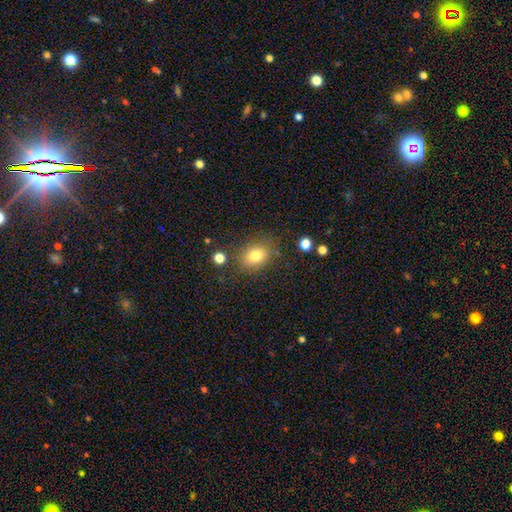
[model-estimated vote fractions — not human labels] smooth_or_featured: smooth (p=0.78) [alt: star or artifact p=0.11]
how_rounded: in between (p=0.61) [alt: round p=0.38]
merging: none (p=0.76) [alt: minor disturbance p=0.15]